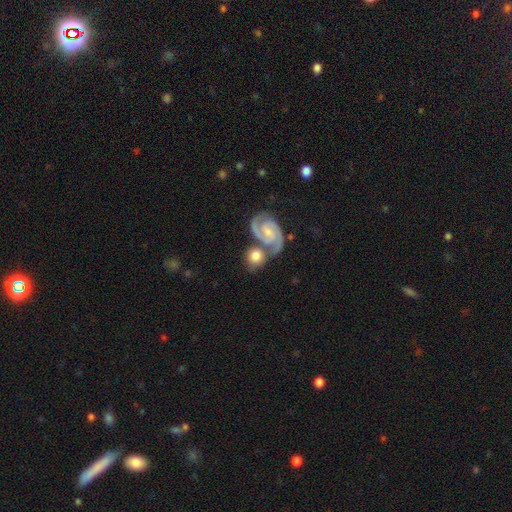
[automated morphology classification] Smooth or featured? featured or disk (51%)
Edge-on disk? no (95%)
Merging? none (48%)